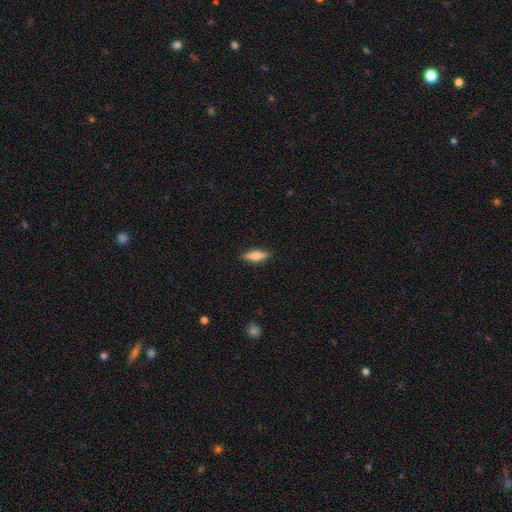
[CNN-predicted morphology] Overall: smooth (66%; featured or disk 27%). How rounded: cigar-shaped (49%; in between 48%). Merging: none (88%).